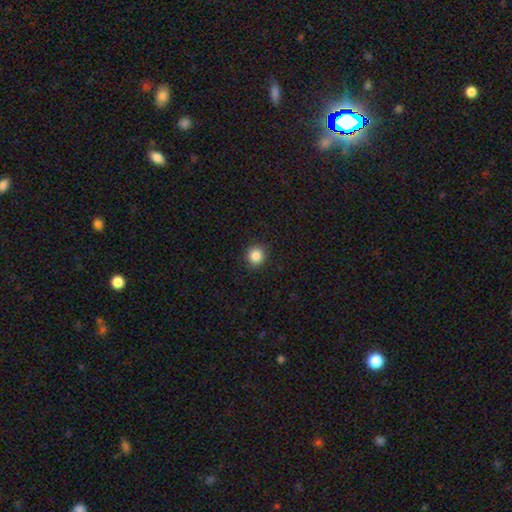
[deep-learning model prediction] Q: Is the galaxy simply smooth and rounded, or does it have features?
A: smooth — 86%.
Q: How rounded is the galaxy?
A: round — 91%.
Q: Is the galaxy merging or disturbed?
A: none — 91%.